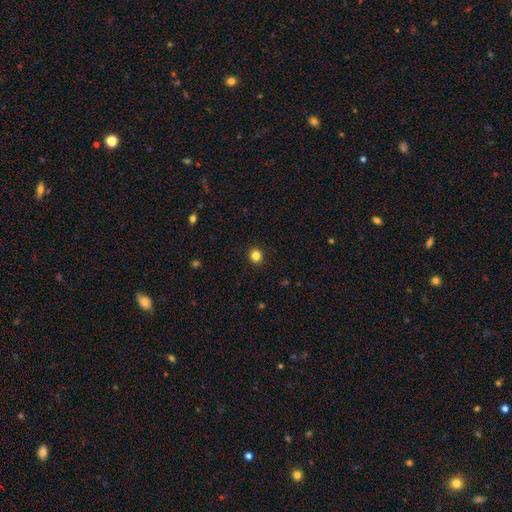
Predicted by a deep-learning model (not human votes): The model was most divided on "smooth or featured": smooth: 83%, star or artifact: 13%, featured or disk: 4%. More confident: merging — none (93%); how rounded — round (92%).